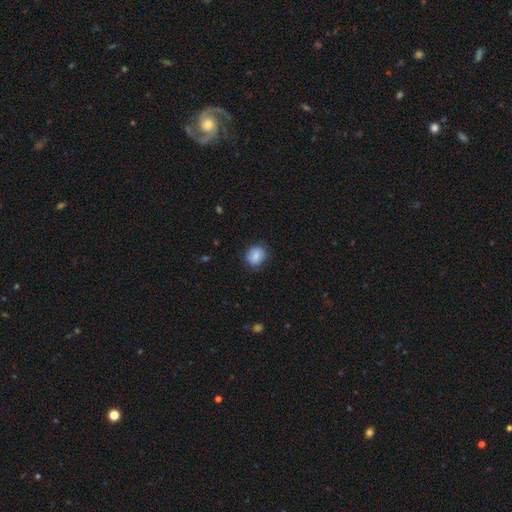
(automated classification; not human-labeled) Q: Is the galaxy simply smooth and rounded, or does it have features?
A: smooth — 78%.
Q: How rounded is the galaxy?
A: round — 70%.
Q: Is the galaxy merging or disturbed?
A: none — 77%.